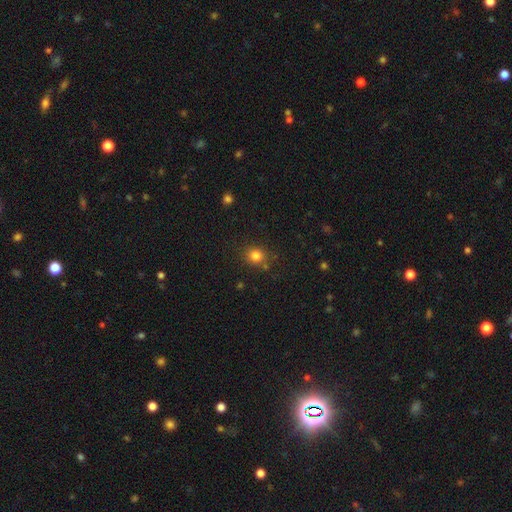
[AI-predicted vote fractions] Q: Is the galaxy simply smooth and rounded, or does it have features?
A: smooth — 81%.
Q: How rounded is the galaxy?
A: round — 79%.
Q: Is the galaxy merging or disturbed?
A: none — 81%.